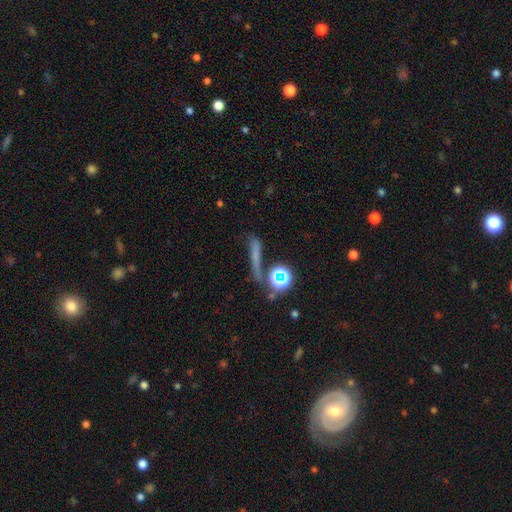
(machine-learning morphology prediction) smooth_or_featured: smooth (p=0.49) [alt: star or artifact p=0.28]
merging: none (p=0.62) [alt: minor disturbance p=0.15]